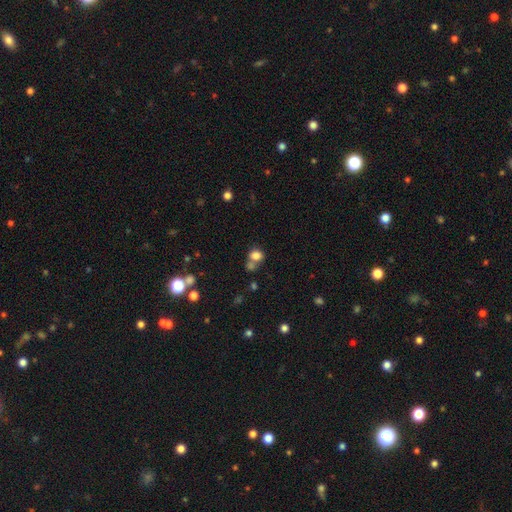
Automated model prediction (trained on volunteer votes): smooth 79%, star or artifact 13%, featured or disk 8%. Down the decision tree: how rounded — round (61%); merging — none (46%).